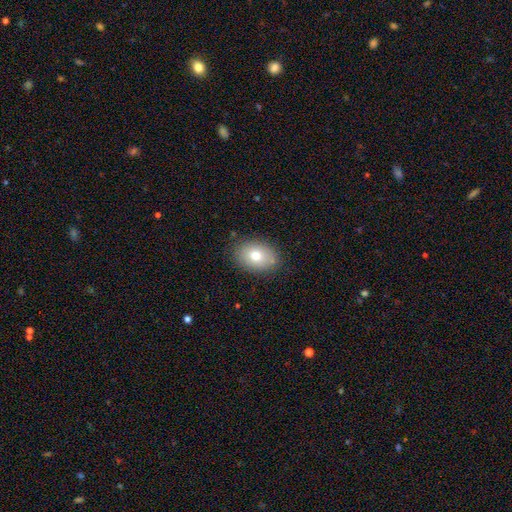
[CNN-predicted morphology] Smooth or featured?
  - smooth: 76% *
  - featured or disk: 15%
  - star or artifact: 9%
How rounded?
  - in between: 74% *
  - round: 25%
  - cigar-shaped: 1%
Merging?
  - none: 83% *
  - minor disturbance: 12%
  - major disturbance: 3%
  - merger: 2%